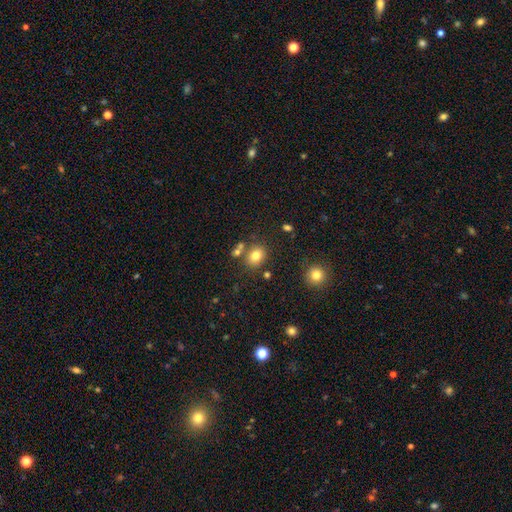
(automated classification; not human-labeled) Smooth or featured: smooth — 78% (star or artifact — 12%)
How rounded: round — 59% (in between — 41%)
Merging: none — 72% (merger — 13%)